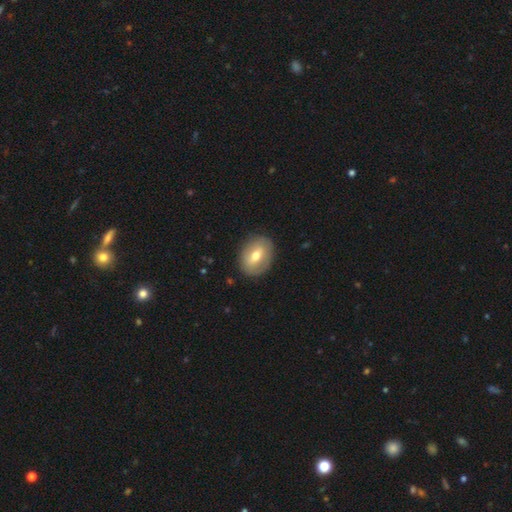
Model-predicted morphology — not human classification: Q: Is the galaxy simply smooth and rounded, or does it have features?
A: smooth — 58%.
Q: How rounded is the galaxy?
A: in between — 69%.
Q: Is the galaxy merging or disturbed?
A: none — 85%.